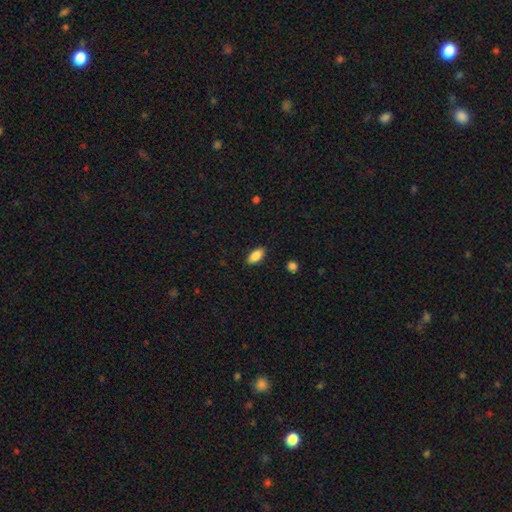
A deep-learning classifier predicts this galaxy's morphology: smooth_or_featured: smooth (p=0.86) [alt: star or artifact p=0.07]
how_rounded: in between (p=0.91) [alt: cigar-shaped p=0.06]
merging: none (p=0.88) [alt: minor disturbance p=0.09]